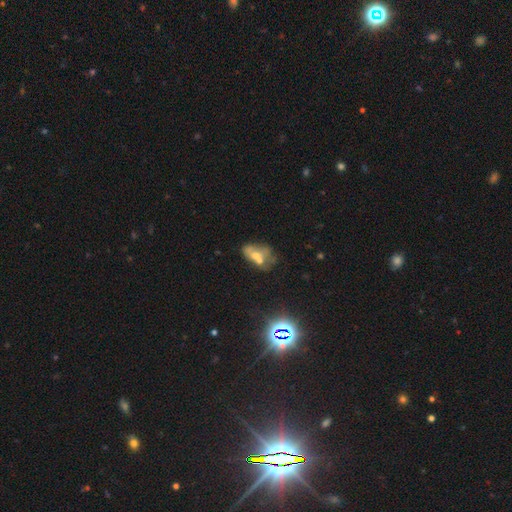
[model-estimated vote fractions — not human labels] Smooth or featured? Predicted: smooth (p=0.43). Merging? Predicted: merger (p=0.51).